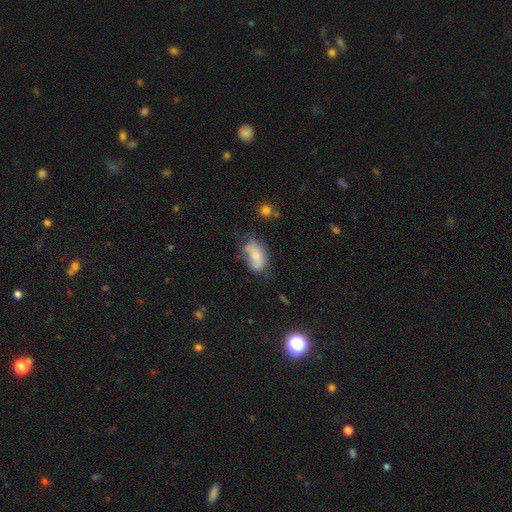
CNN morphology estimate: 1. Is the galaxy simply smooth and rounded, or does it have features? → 63% smooth, 28% featured or disk, 9% star or artifact.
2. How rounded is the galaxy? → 90% in between, 8% round, 3% cigar-shaped.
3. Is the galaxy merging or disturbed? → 38% none, 33% minor disturbance, 21% major disturbance, 9% merger.